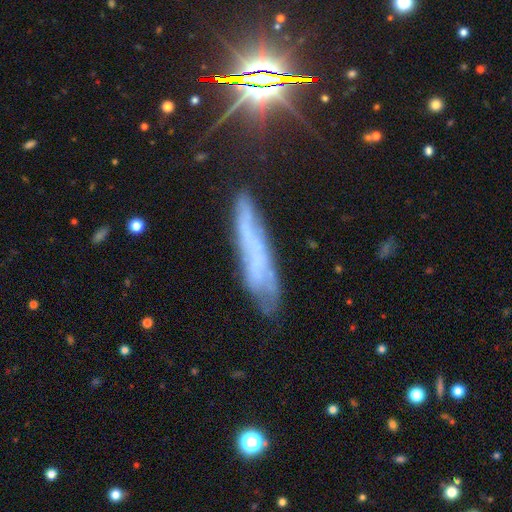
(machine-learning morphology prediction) featured or disk 53%, smooth 33%, star or artifact 14%. Down the decision tree: edge-on disk — yes (58%); merging — none (67%).